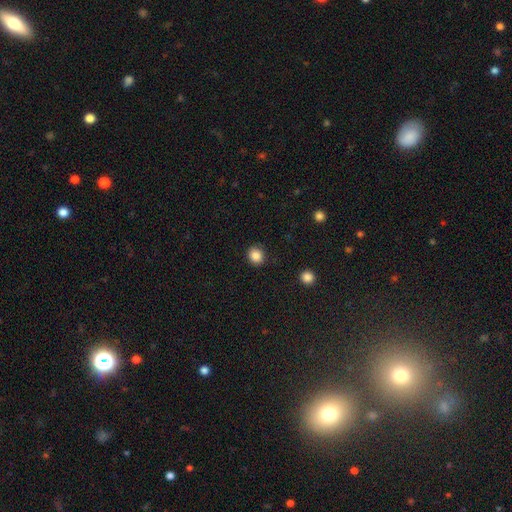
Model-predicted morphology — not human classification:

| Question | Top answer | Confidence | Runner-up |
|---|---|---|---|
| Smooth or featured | smooth | 87% | star or artifact (10%) |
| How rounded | round | 83% | in between (16%) |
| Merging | none | 90% | minor disturbance (7%) |